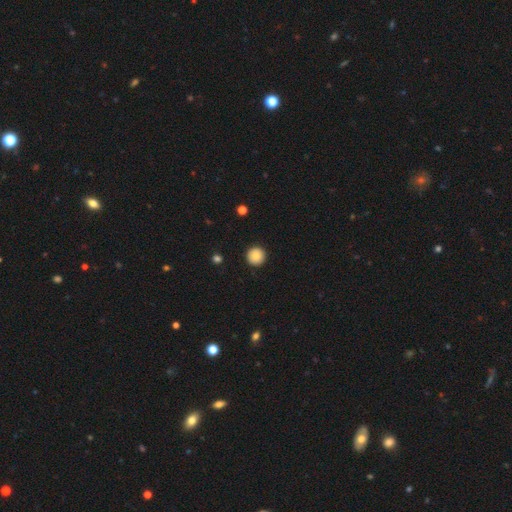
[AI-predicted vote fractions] Morphology: type=smooth (88%); roundness=round (96%); merging=none (93%).